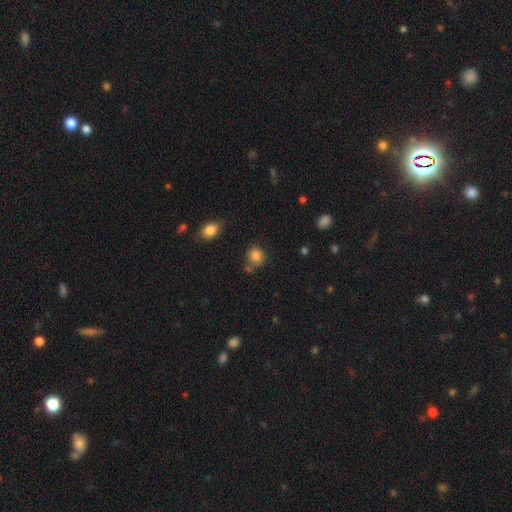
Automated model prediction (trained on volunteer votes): Smooth or featured?
  - smooth: 83% *
  - star or artifact: 11%
  - featured or disk: 6%
How rounded?
  - round: 79% *
  - in between: 20%
  - cigar-shaped: 1%
Merging?
  - none: 68% *
  - minor disturbance: 15%
  - merger: 12%
  - major disturbance: 4%